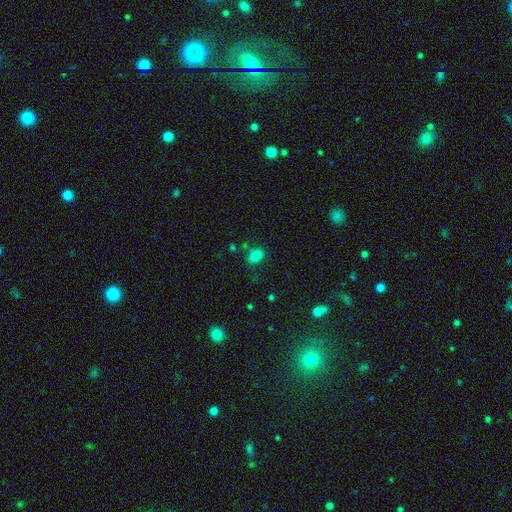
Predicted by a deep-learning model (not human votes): A smooth galaxy with no disk features (81%) that is in between round and cigar-shaped (79%). Merging: none (75%).